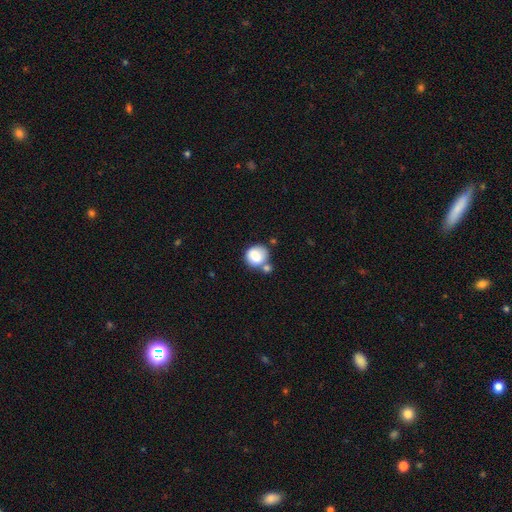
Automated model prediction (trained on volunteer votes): A smooth galaxy with no disk features (82%) that is round (82%). Merging: none (47%).